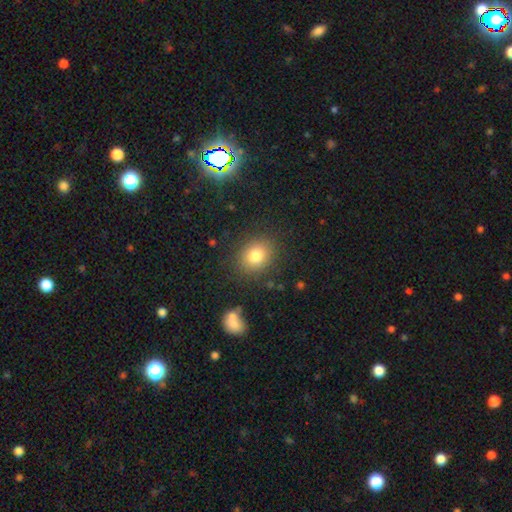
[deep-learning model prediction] smooth 80%, star or artifact 11%, featured or disk 8%. Down the decision tree: how rounded — round (65%); merging — none (85%).